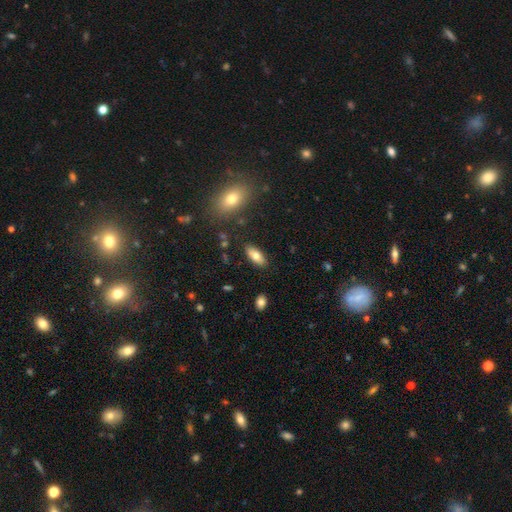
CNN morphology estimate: Overall: smooth (75%). How rounded: in between (86%). Merging: none (85%).